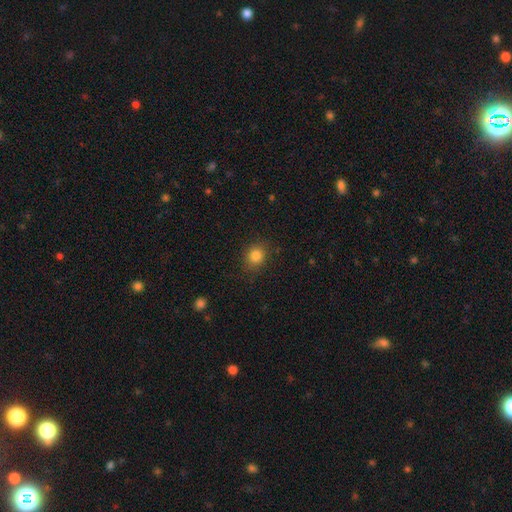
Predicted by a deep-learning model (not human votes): smooth-or-featured: smooth: 83% | star or artifact: 11% | featured or disk: 5%
  how-rounded: round: 75% | in between: 24% | cigar-shaped: 1%
  merging: none: 85% | minor disturbance: 10% | major disturbance: 3% | merger: 1%